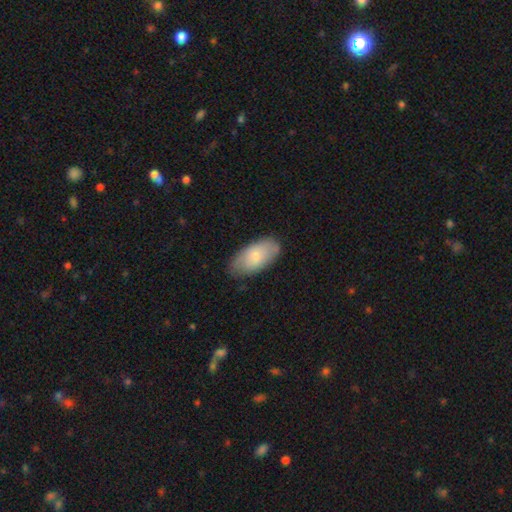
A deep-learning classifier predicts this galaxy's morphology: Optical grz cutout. It shows a smooth galaxy with no disk features (74%) that is in between round and cigar-shaped (94%). Merging: none (76%).